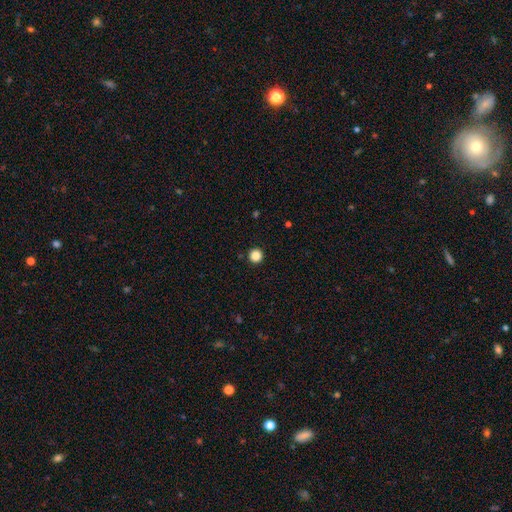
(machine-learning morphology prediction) A smooth galaxy with no disk features (86%) that is round (96%). Merging: none (93%).